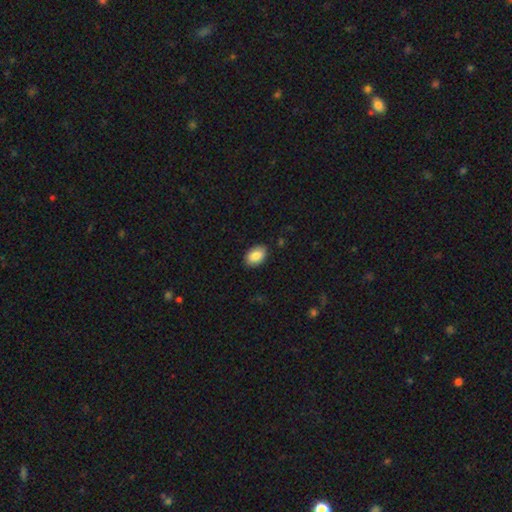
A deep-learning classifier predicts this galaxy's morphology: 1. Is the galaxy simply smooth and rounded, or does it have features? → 87% smooth, 7% featured or disk, 7% star or artifact.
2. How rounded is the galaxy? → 90% in between, 9% round, 1% cigar-shaped.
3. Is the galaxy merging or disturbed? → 87% none, 10% minor disturbance, 2% major disturbance, 1% merger.